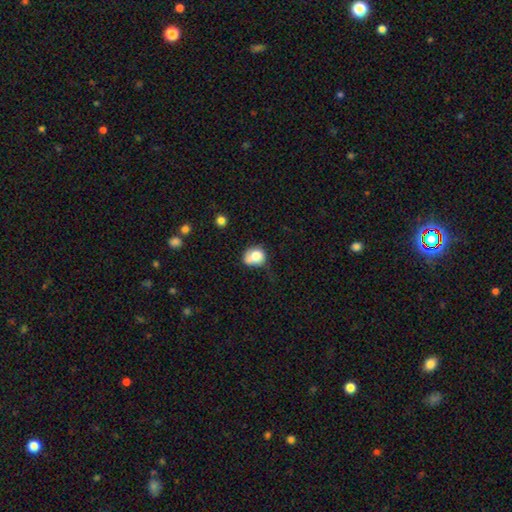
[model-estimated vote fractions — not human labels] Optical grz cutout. It shows a smooth galaxy with no disk features (75%) that is round (60%). Merging: none (36%, tied with minor disturbance).